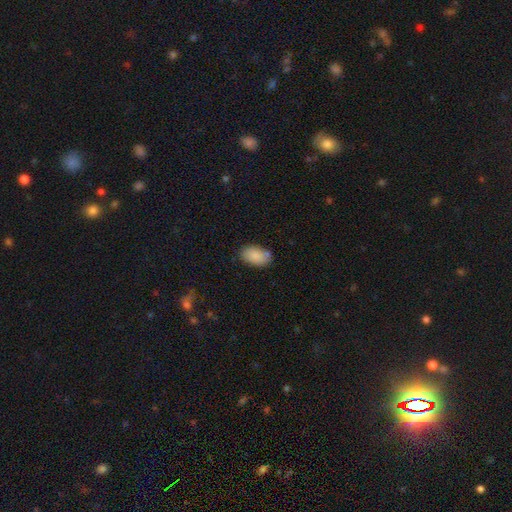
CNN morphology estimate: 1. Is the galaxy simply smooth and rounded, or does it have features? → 88% smooth, 7% star or artifact, 6% featured or disk.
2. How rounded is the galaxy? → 93% in between, 6% round, 1% cigar-shaped.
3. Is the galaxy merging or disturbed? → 76% none, 16% minor disturbance, 5% merger, 3% major disturbance.